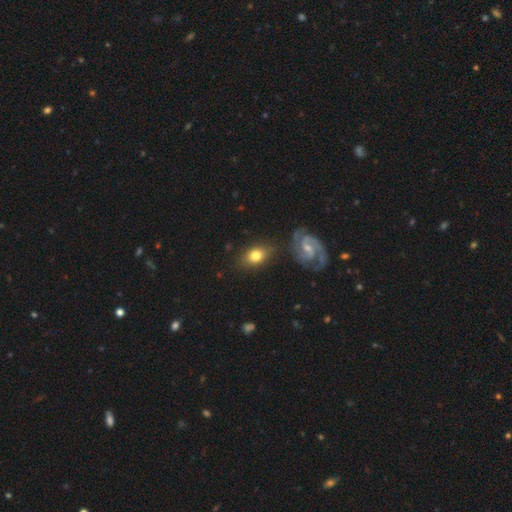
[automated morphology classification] This appears to be a smooth galaxy with no disk features (64%) that is in between round and cigar-shaped (72%). Merging: none (77%).